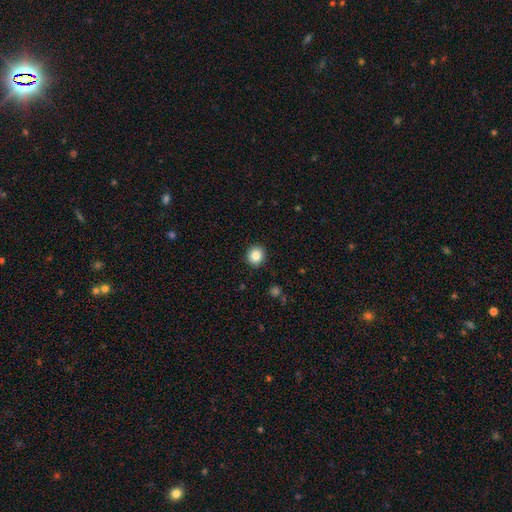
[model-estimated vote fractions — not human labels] Smooth or featured? smooth (86%)
How rounded? round (87%)
Merging? none (91%)